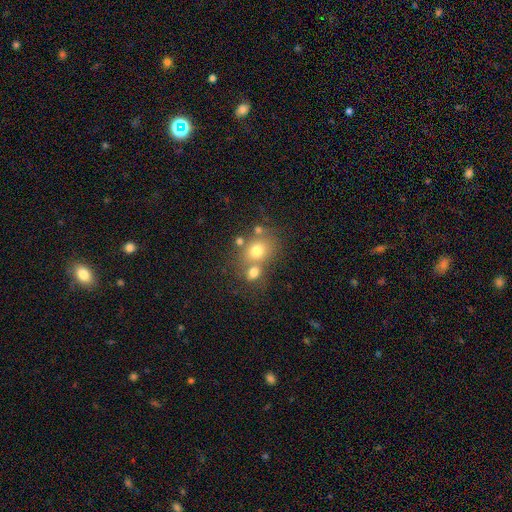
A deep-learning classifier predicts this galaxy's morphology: This is possibly a smooth galaxy (60%). How rounded: likely round (79%). Merging: possibly none (47%).